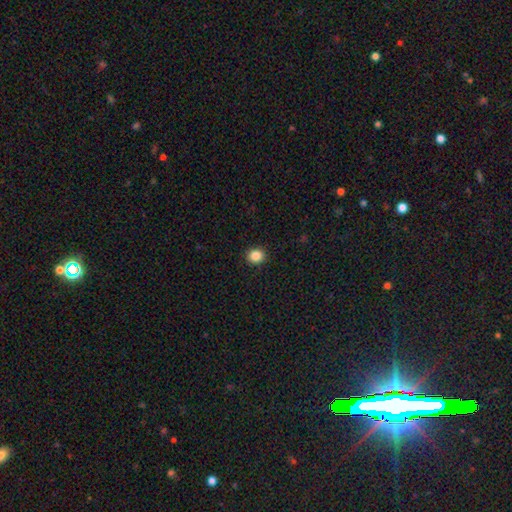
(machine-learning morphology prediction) A smooth galaxy with no disk features (87%) that is round (81%).

Vote fractions:
- Smooth or featured? smooth: 87% / star or artifact: 10% / featured or disk: 3%
- How rounded? round: 81% / in between: 19% / cigar-shaped: 1%
- Merging? none: 92% / minor disturbance: 6% / major disturbance: 2% / merger: 1%